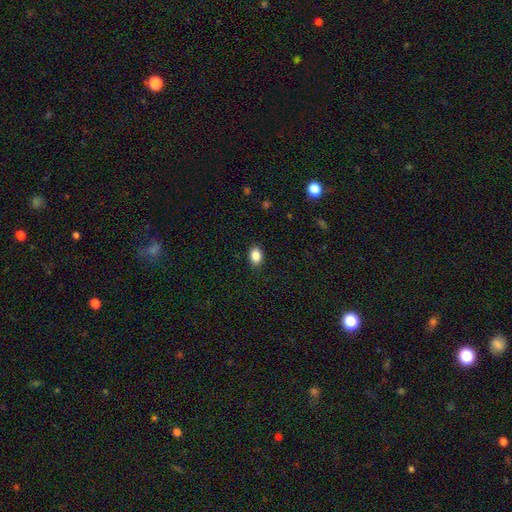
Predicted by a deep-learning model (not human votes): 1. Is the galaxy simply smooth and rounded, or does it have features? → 87% smooth, 9% star or artifact, 4% featured or disk.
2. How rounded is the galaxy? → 76% in between, 23% round, 1% cigar-shaped.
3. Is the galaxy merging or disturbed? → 88% none, 9% minor disturbance, 2% major disturbance, 1% merger.